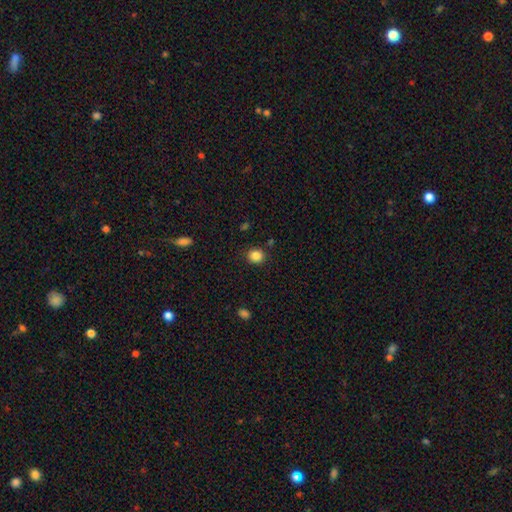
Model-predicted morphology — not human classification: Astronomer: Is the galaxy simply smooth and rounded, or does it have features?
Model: smooth — 86%.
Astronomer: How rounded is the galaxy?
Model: round — 76%.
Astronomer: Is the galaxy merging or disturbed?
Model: none — 87%.